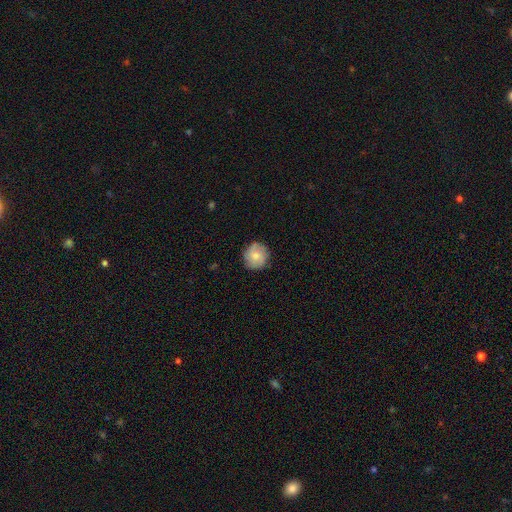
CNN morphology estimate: The model was most divided on "smooth or featured": smooth: 62%, featured or disk: 31%, star or artifact: 7%. More confident: how rounded — round (92%); merging — none (83%).